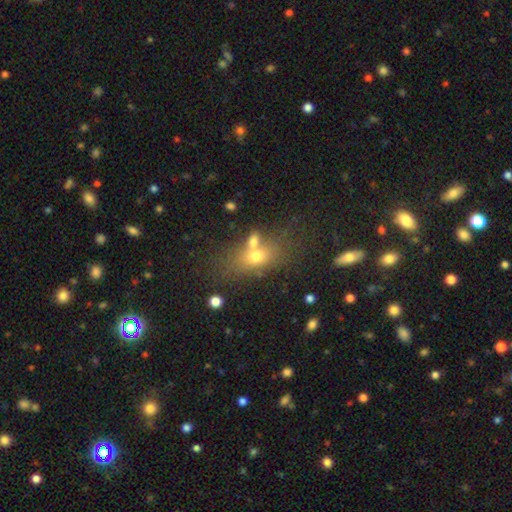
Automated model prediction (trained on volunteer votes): This is likely a smooth galaxy (64%). How rounded: likely in between (72%). Merging: possibly none (45%).